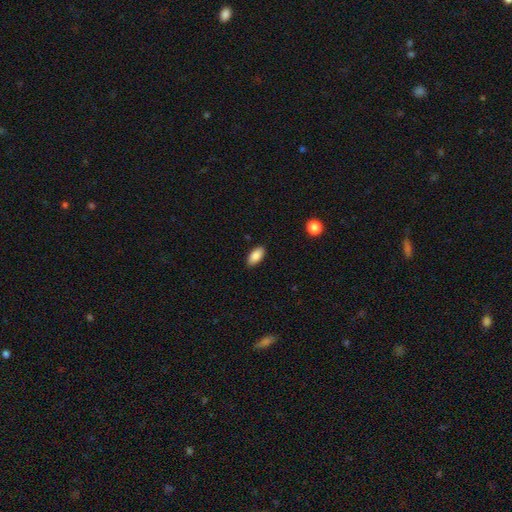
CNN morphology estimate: smooth_or_featured: smooth (p=0.88) [alt: star or artifact p=0.07]
how_rounded: in between (p=0.92) [alt: cigar-shaped p=0.05]
merging: none (p=0.88) [alt: minor disturbance p=0.09]